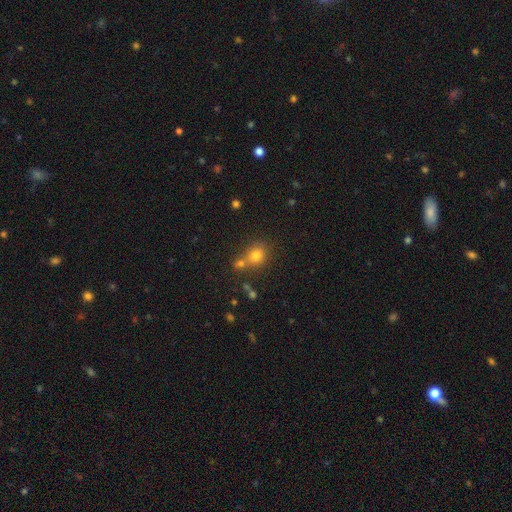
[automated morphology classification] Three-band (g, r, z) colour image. It shows a smooth galaxy with no disk features (75%) that is round (72%). Merging: none (52%).